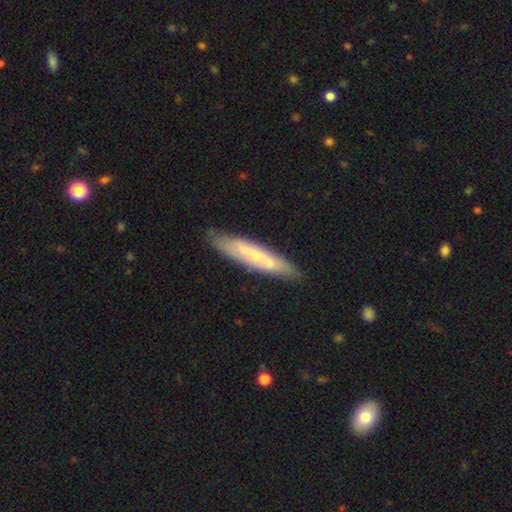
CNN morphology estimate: Smooth or featured? featured or disk (49%)
Merging? none (80%)